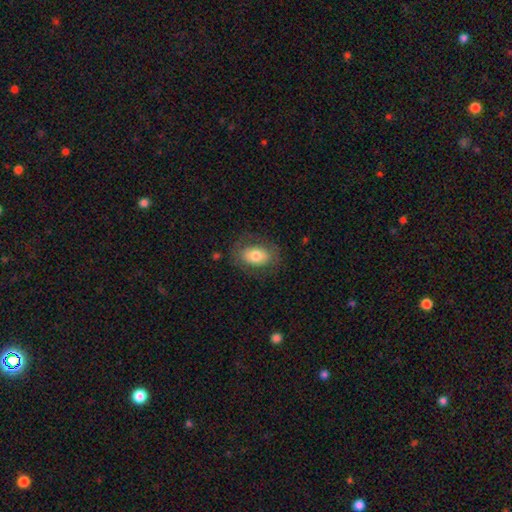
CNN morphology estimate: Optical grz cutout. It shows a smooth galaxy with no disk features (71%) that is in between round and cigar-shaped (79%). Merging: none (76%).